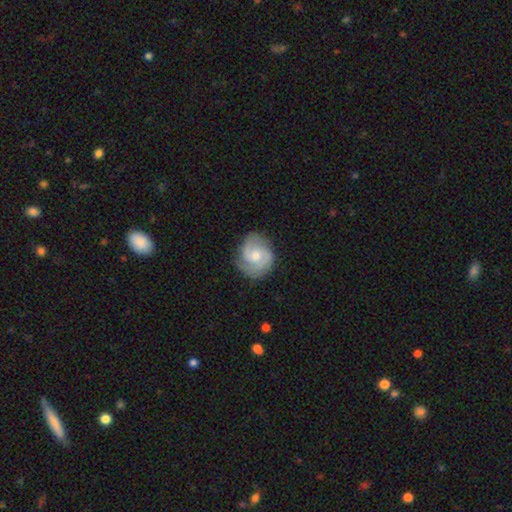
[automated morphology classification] Q: Smooth or featured?
A: featured or disk (77%); runner-up: smooth (17%)
Q: Edge-on disk?
A: no (98%); runner-up: yes (2%)
Q: Bar?
A: no (57%); runner-up: weak (37%)
Q: Spiral arms?
A: yes (95%); runner-up: no (5%)
Q: Spiral winding?
A: medium (44%); runner-up: tight (42%)
Q: Spiral arm count?
A: 2 (72%); runner-up: can't tell (11%)
Q: Bulge size?
A: moderate (56%); runner-up: small (39%)
Q: Merging?
A: none (75%); runner-up: minor disturbance (18%)